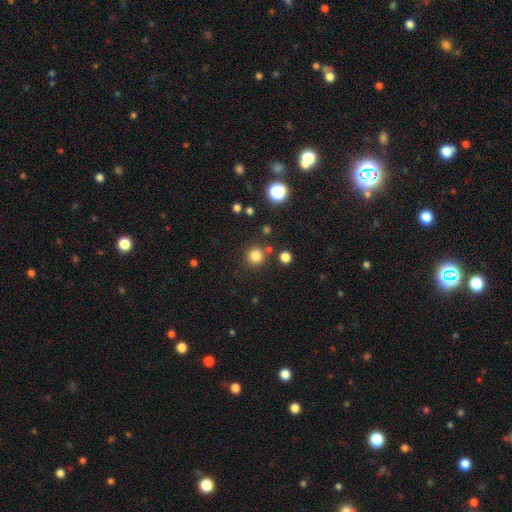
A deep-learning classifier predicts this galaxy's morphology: A smooth galaxy with no disk features (81%) that is round (94%).

Vote fractions:
- Smooth or featured? smooth: 81% / star or artifact: 14% / featured or disk: 5%
- How rounded? round: 94% / in between: 5% / cigar-shaped: 1%
- Merging? none: 83% / minor disturbance: 7% / merger: 6% / major disturbance: 3%